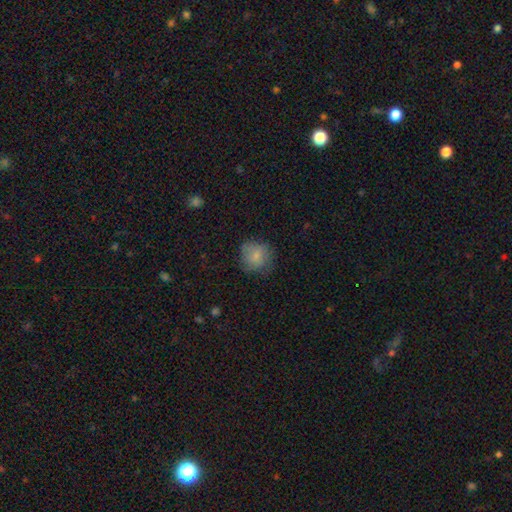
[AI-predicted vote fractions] This appears to be a smooth galaxy with no disk features (77%) that is round (83%). Merging: none (66%).